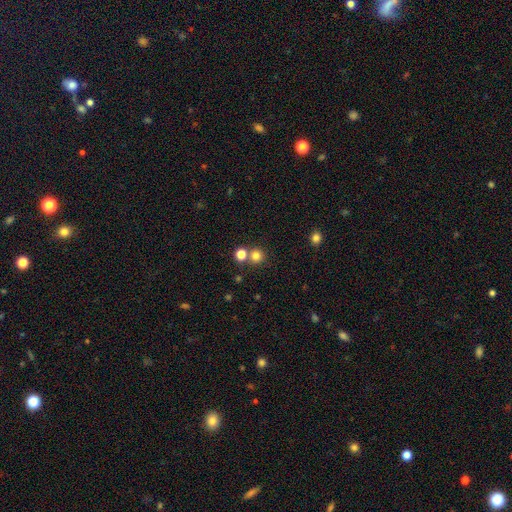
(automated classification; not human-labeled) Q: Smooth or featured?
A: smooth (79%); runner-up: star or artifact (15%)
Q: How rounded?
A: round (93%); runner-up: in between (6%)
Q: Merging?
A: none (69%); runner-up: merger (23%)